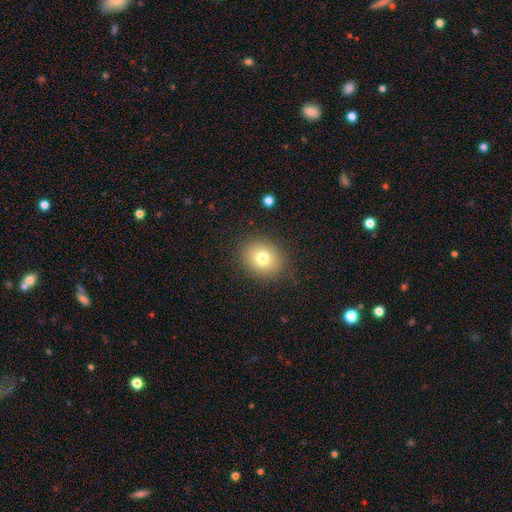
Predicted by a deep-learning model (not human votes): This appears to be a smooth galaxy with no disk features (76%) that is round (72%). Merging: none (90%).